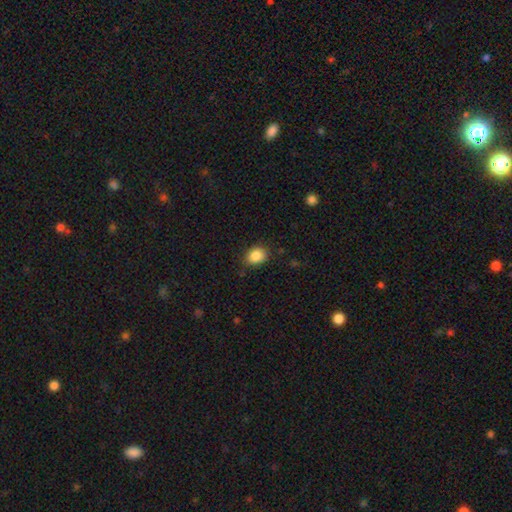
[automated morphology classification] Smooth or featured: smooth — 86% (star or artifact — 9%)
How rounded: in between — 59% (round — 40%)
Merging: none — 80% (minor disturbance — 15%)